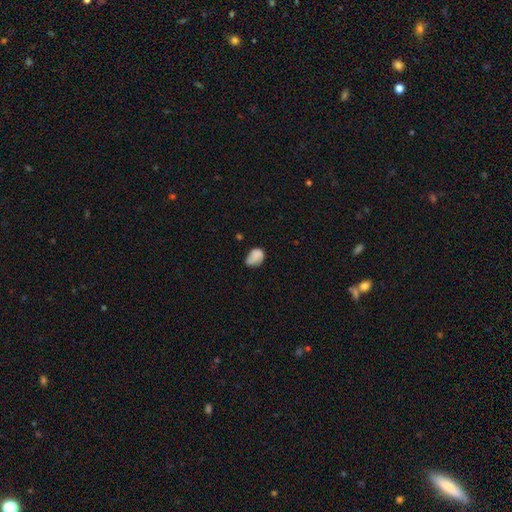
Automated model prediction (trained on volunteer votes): smooth_or_featured: smooth (p=0.73) [alt: featured or disk p=0.17]
how_rounded: in between (p=0.76) [alt: round p=0.23]
merging: none (p=0.45) [alt: minor disturbance p=0.36]